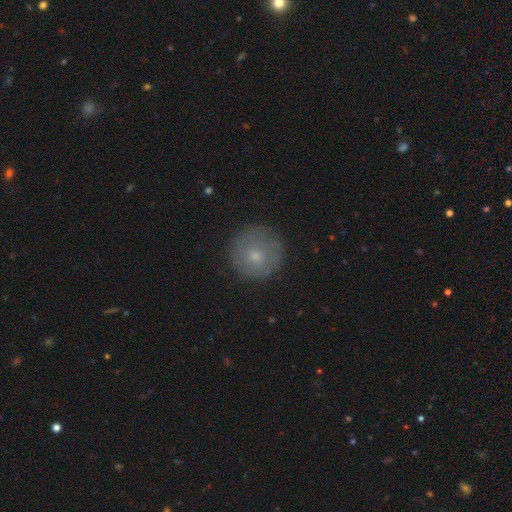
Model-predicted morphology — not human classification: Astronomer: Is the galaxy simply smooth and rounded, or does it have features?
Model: smooth — 66%.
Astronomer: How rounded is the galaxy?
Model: round — 95%.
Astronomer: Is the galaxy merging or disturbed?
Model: none — 84%.